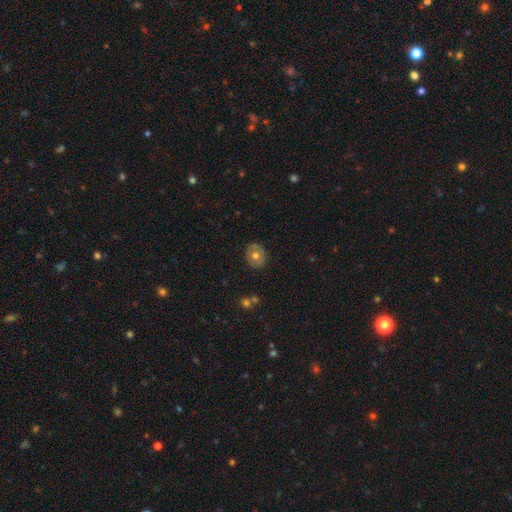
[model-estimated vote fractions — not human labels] smooth_or_featured: smooth (p=0.60) [alt: featured or disk p=0.32]
how_rounded: round (p=0.70) [alt: in between p=0.29]
merging: none (p=0.85) [alt: minor disturbance p=0.11]